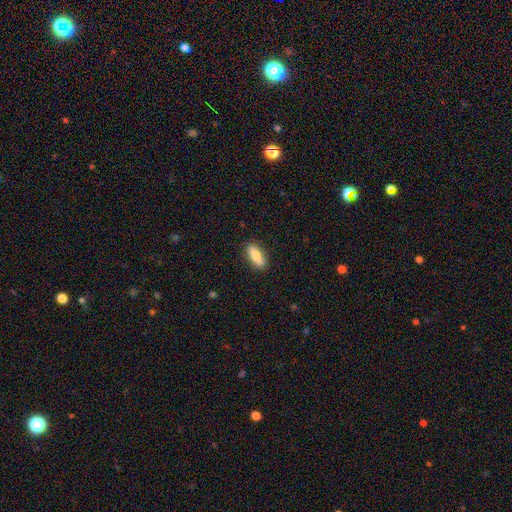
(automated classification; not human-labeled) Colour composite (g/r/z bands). It shows a smooth galaxy with no disk features (75%) that is in between round and cigar-shaped (63%). Merging: none (87%).